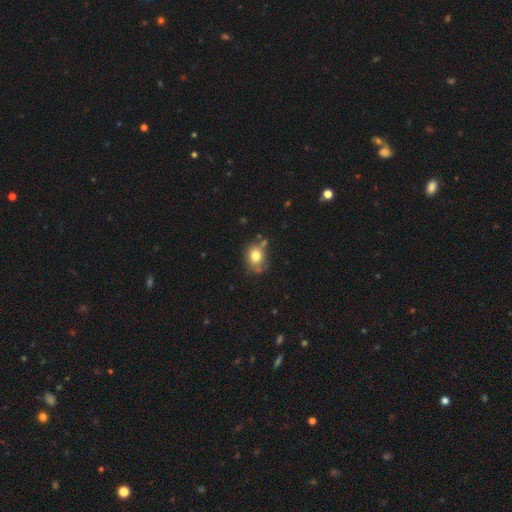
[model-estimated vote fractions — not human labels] This appears to be a smooth galaxy with no disk features (78%) that is round (54%). Merging: none (62%).